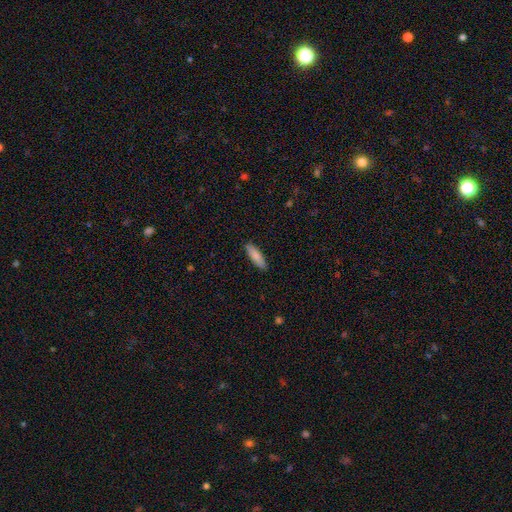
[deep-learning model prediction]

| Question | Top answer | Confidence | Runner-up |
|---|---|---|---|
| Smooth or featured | smooth | 84% | featured or disk (10%) |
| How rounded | cigar-shaped | 61% | in between (37%) |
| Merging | none | 90% | minor disturbance (8%) |